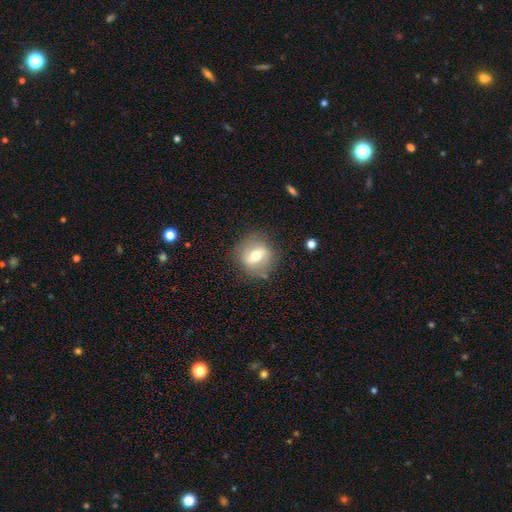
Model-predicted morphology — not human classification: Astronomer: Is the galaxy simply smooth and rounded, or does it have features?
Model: smooth — 52% (runner-up: featured or disk, 40%).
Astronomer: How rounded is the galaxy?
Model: round — 74%.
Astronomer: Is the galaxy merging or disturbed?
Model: none — 80%.